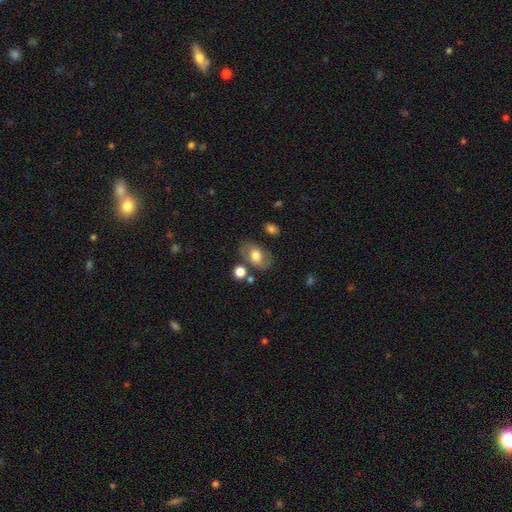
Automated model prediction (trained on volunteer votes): Overall: smooth (54%; featured or disk 38%). How rounded: in between (81%). Merging: none (69%).